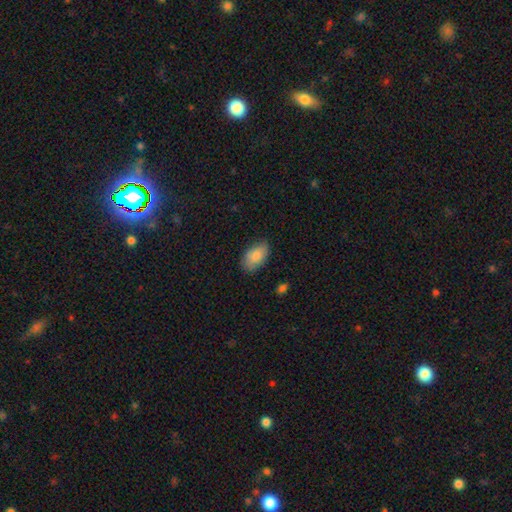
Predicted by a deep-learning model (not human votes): Overall: smooth (85%). How rounded: in between (93%). Merging: none (79%).